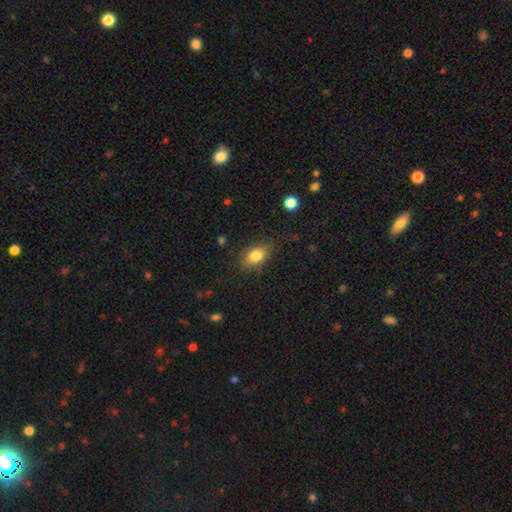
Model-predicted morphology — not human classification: Smooth or featured? Predicted: smooth (p=0.81). How rounded? Predicted: in between (p=0.84). Merging? Predicted: none (p=0.77).